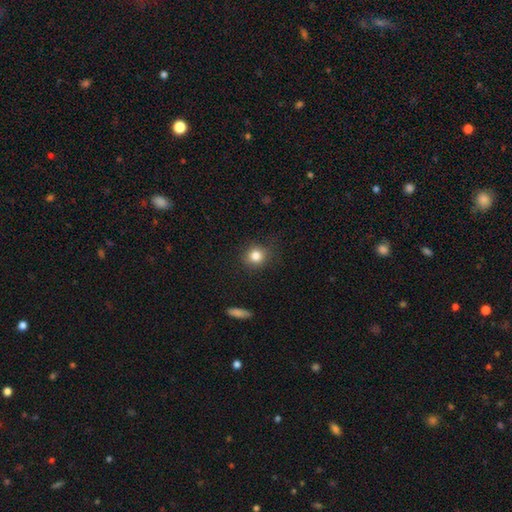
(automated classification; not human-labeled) A smooth galaxy with no disk features (83%) that is round (84%). Merging: none (85%).